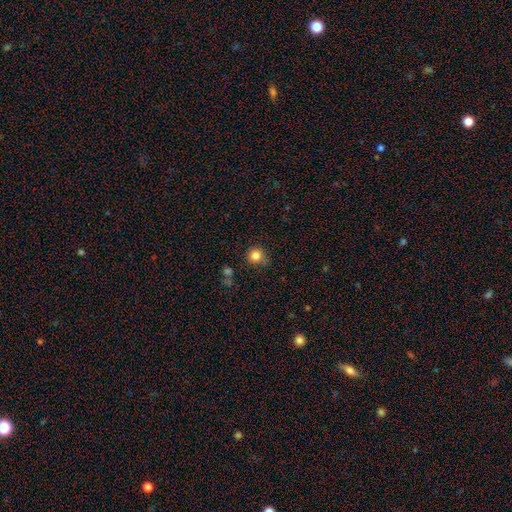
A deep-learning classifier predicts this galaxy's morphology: Smooth or featured?
  - smooth: 83% *
  - star or artifact: 12%
  - featured or disk: 5%
How rounded?
  - round: 92% *
  - in between: 7%
  - cigar-shaped: 1%
Merging?
  - none: 78% *
  - minor disturbance: 16%
  - major disturbance: 4%
  - merger: 3%